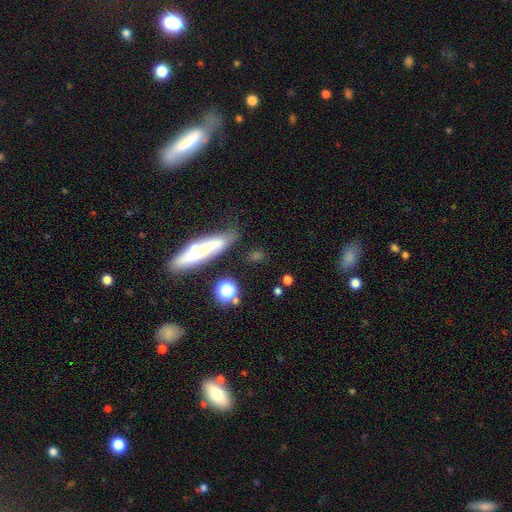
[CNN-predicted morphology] Smooth or featured: smooth — 54% (featured or disk — 30%)
How rounded: cigar-shaped — 52% (in between — 28%)
Merging: none — 65% (minor disturbance — 20%)